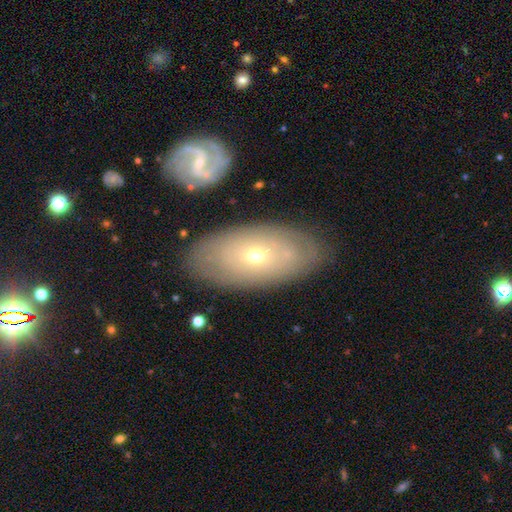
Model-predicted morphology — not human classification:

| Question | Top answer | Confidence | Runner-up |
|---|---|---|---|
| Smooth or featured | featured or disk | 48% | smooth (45%) |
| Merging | none | 81% | minor disturbance (12%) |